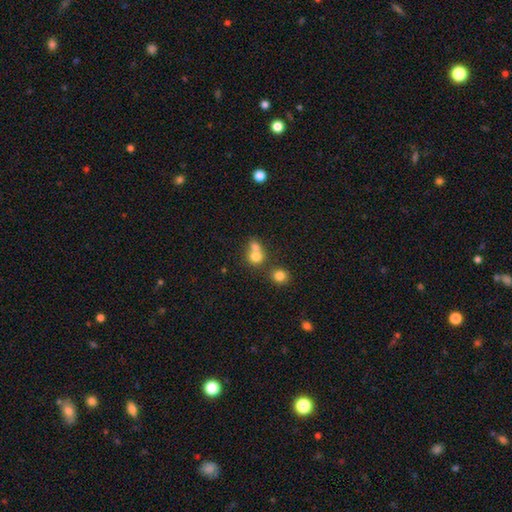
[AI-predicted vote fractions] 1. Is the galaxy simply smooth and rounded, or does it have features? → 75% smooth, 13% featured or disk, 13% star or artifact.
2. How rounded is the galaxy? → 77% round, 22% in between, 1% cigar-shaped.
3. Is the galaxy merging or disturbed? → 59% merger, 32% none, 6% minor disturbance, 3% major disturbance.